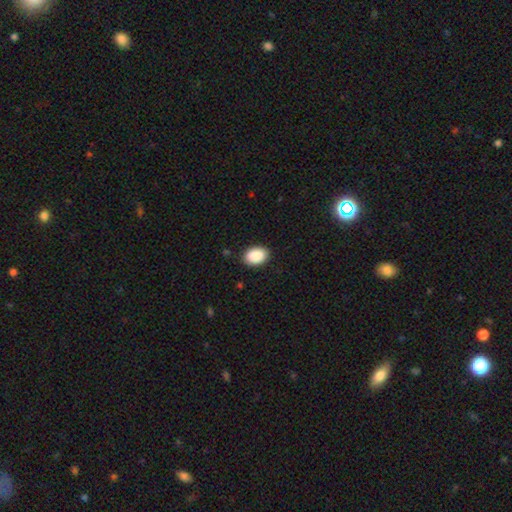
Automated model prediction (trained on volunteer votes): smooth 91%, star or artifact 7%, featured or disk 3%. Down the decision tree: how rounded — in between (83%); merging — none (88%).